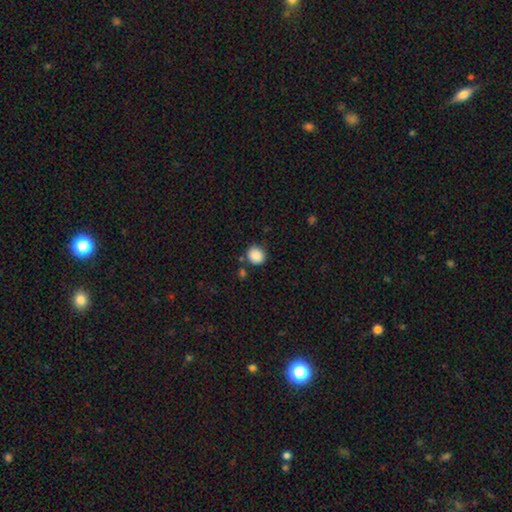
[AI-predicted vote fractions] Smooth or featured? Predicted: smooth (p=0.88). How rounded? Predicted: round (p=0.80). Merging? Predicted: none (p=0.79).